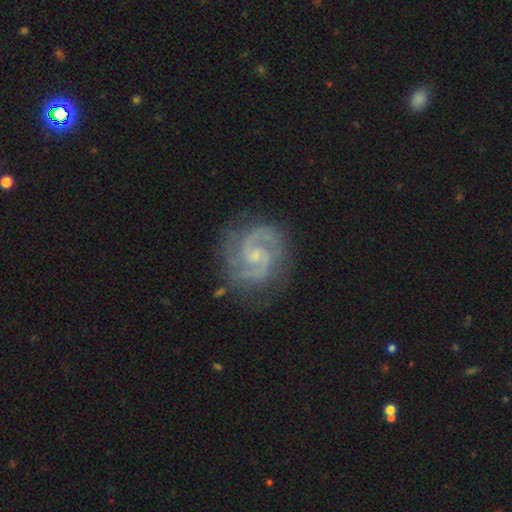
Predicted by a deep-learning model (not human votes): Morphology: type=featured or disk (92%); edge-on=no (98%); bar=no (51%); spiral arms=yes (99%); winding=medium (54%); arm count=2 (91%); bulge=small (68%); merging=none (81%).